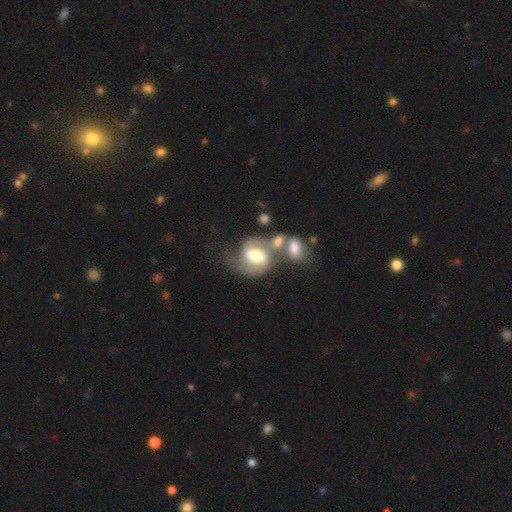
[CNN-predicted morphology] featured or disk 67%, smooth 27%, star or artifact 7%. Down the decision tree: edge-on disk — no (97%); bar — weak (42%); spiral arms — yes (84%); spiral arm count — 2 (80%); spiral winding — medium (48%); bulge size — moderate (61%); merging — merger (42%).